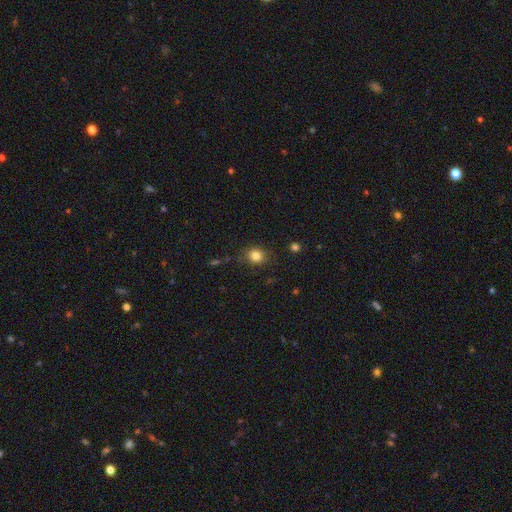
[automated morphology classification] Smooth or featured? Predicted: smooth (p=0.83). How rounded? Predicted: round (p=0.73). Merging? Predicted: none (p=0.80).